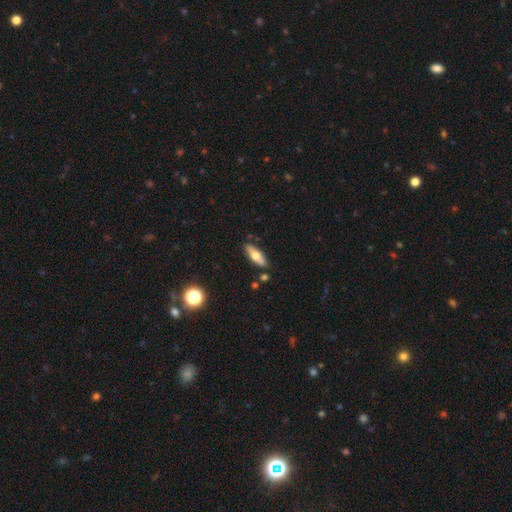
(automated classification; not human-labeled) Smooth or featured? smooth (54%)
How rounded? in between (53%)
Merging? none (84%)